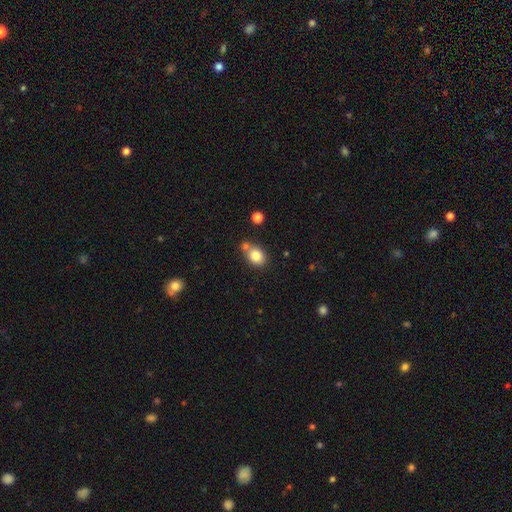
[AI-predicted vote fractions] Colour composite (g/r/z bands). It shows a smooth galaxy with no disk features (81%) that is in between round and cigar-shaped (52%). Merging: none (56%).